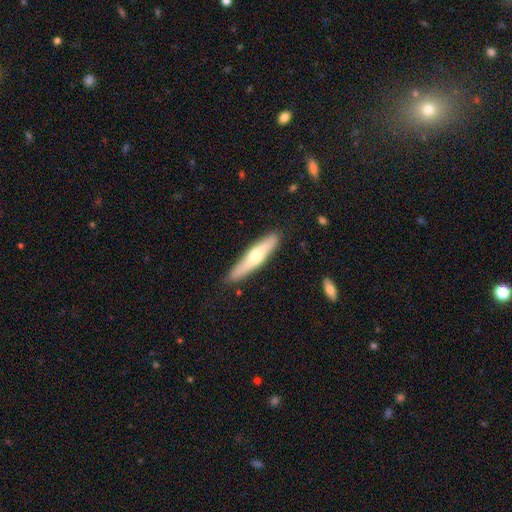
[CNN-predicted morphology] smooth_or_featured: smooth (p=0.50) [alt: featured or disk p=0.45]
merging: none (p=0.86) [alt: minor disturbance p=0.11]